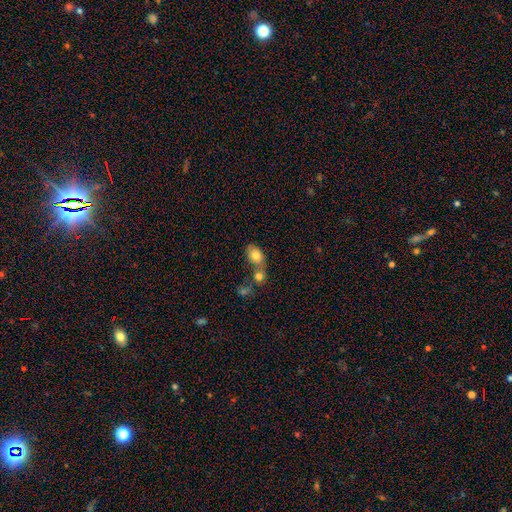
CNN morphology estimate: smooth_or_featured: smooth (p=0.79) [alt: featured or disk p=0.13]
how_rounded: in between (p=0.77) [alt: round p=0.21]
merging: merger (p=0.50) [alt: none p=0.33]